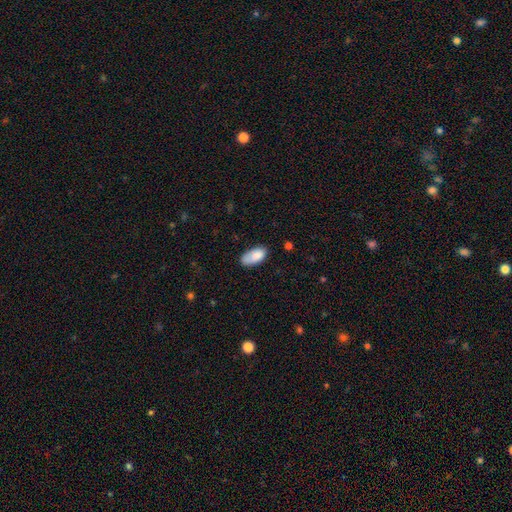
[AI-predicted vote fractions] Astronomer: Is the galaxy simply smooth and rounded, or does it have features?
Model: smooth — 85%.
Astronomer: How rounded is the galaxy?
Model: in between — 94%.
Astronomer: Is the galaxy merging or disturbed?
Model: none — 64%.